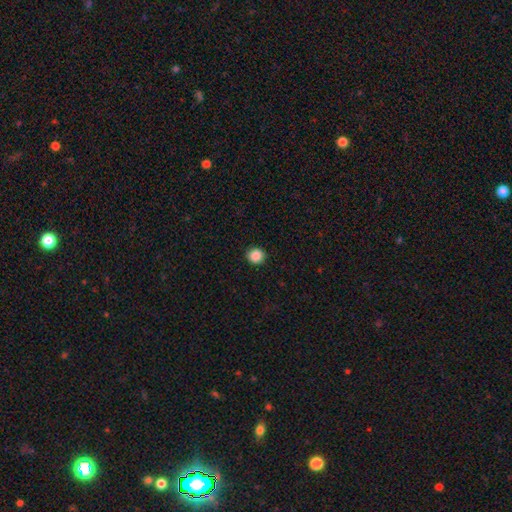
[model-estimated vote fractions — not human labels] A smooth galaxy with no disk features (88%) that is round (92%).

Vote fractions:
- Smooth or featured? smooth: 88% / star or artifact: 10% / featured or disk: 3%
- How rounded? round: 92% / in between: 7% / cigar-shaped: 1%
- Merging? none: 92% / minor disturbance: 5% / major disturbance: 2% / merger: 1%